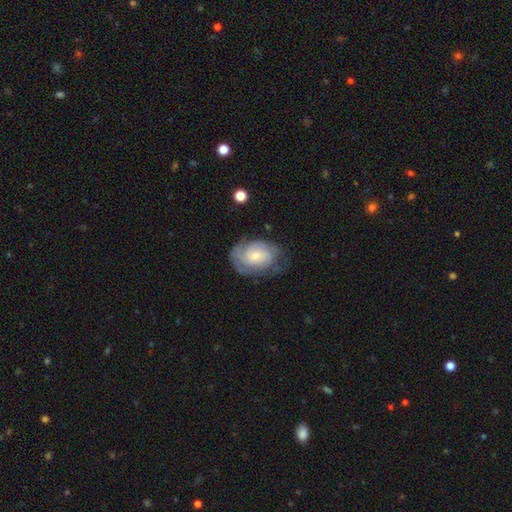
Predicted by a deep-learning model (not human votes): A featured or disk galaxy (72%) with no bar (64%), tight (62%) spiral arms (91%) and a small central bulge (61%).

Vote fractions:
- Smooth or featured? featured or disk: 72% / smooth: 22% / star or artifact: 6%
- Edge-on disk? no: 97% / yes: 3%
- Bar? no: 64% / weak: 31% / strong: 5%
- Spiral arms? yes: 91% / no: 9%
- Spiral winding? tight: 62% / medium: 30% / loose: 8%
- Spiral arm count? can't tell: 40% / 2: 28% / 3: 17% / 4: 6% / 1: 5% / more than 4: 4%
- Bulge size? small: 61% / moderate: 30% / none: 4% / large: 3% / dominant: 1%
- Merging? none: 65% / minor disturbance: 23% / major disturbance: 11% / merger: 1%